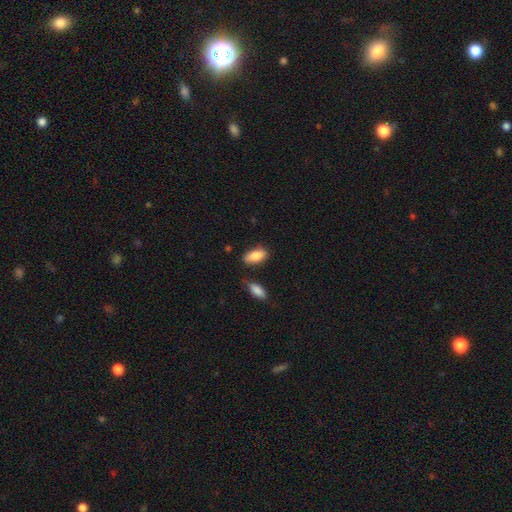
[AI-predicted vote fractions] smooth_or_featured: smooth (p=0.85) [alt: featured or disk p=0.08]
how_rounded: in between (p=0.89) [alt: cigar-shaped p=0.08]
merging: none (p=0.74) [alt: minor disturbance p=0.16]